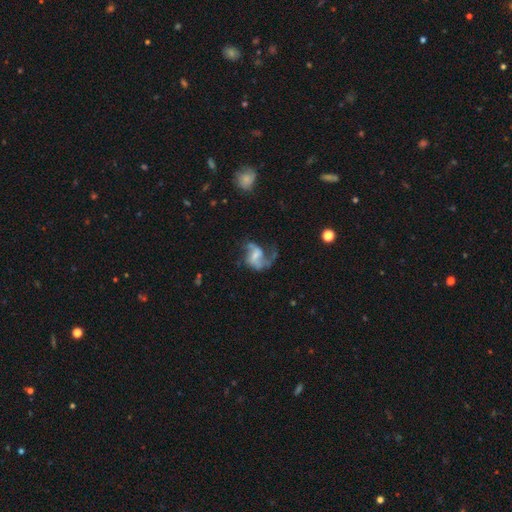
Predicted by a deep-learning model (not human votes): smooth_or_featured: featured or disk (p=0.71) [alt: smooth p=0.20]
disk_edge_on: no (p=0.98) [alt: yes p=0.02]
bar: weak (p=0.44) [alt: no p=0.41]
has_spiral_arms: yes (p=0.81) [alt: no p=0.19]
spiral_winding: loose (p=0.58) [alt: medium p=0.34]
spiral_arm_count: 2 (p=0.58) [alt: 1 p=0.28]
bulge_size: small (p=0.43) [alt: moderate p=0.27]
merging: major disturbance (p=0.43) [alt: none p=0.32]